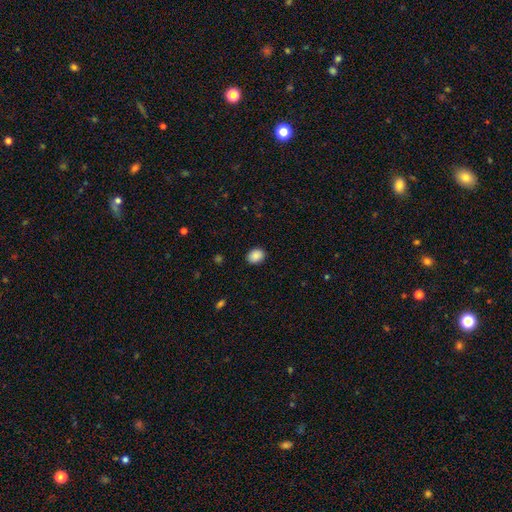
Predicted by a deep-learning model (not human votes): Smooth or featured?
  - smooth: 89% *
  - star or artifact: 8%
  - featured or disk: 3%
How rounded?
  - in between: 52% *
  - round: 47%
  - cigar-shaped: 1%
Merging?
  - none: 90% *
  - minor disturbance: 7%
  - major disturbance: 2%
  - merger: 1%